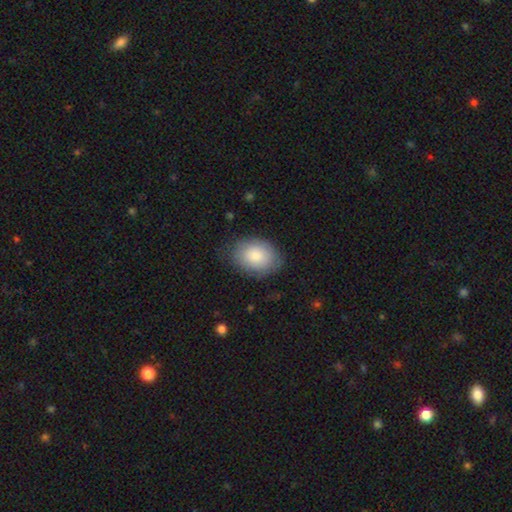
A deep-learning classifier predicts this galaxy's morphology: This appears to be a smooth galaxy with no disk features (84%) that is in between round and cigar-shaped (72%). Merging: none (77%).